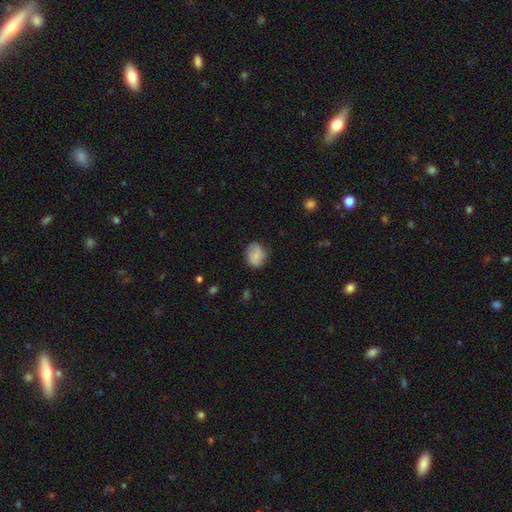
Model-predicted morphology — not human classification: Smooth or featured?
  - smooth: 71% *
  - featured or disk: 21%
  - star or artifact: 8%
How rounded?
  - round: 52% *
  - in between: 47%
  - cigar-shaped: 1%
Merging?
  - none: 71% *
  - minor disturbance: 23%
  - major disturbance: 5%
  - merger: 1%